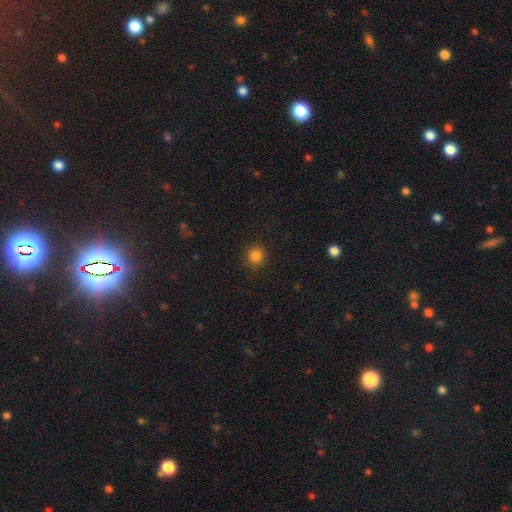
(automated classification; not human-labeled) Smooth or featured? smooth (83%)
How rounded? round (92%)
Merging? none (91%)